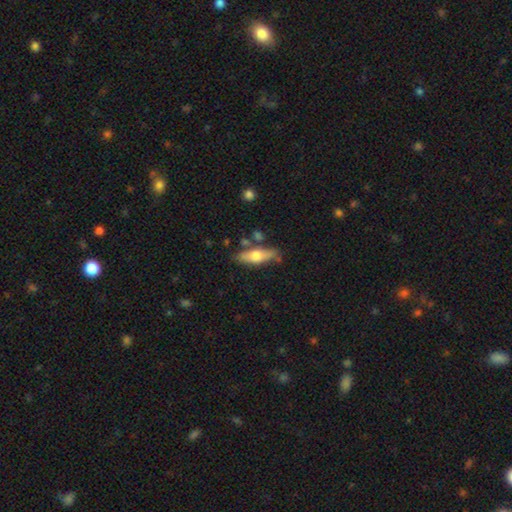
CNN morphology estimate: smooth_or_featured: smooth (p=0.53) [alt: featured or disk p=0.41]
how_rounded: cigar-shaped (p=0.49) [alt: in between p=0.48]
merging: none (p=0.73) [alt: minor disturbance p=0.16]